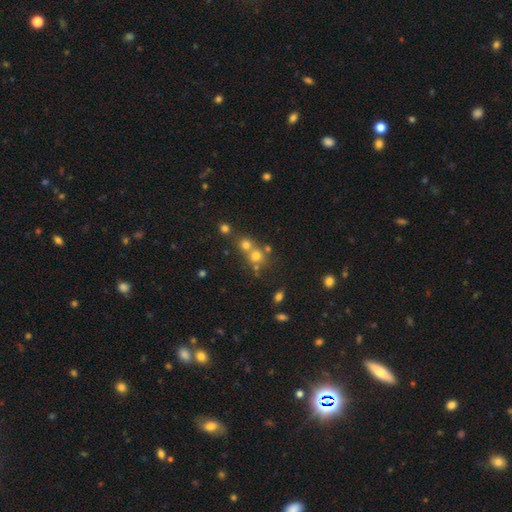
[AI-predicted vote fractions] Q: Smooth or featured?
A: smooth (49%); runner-up: star or artifact (35%)
Q: Merging?
A: none (46%); runner-up: merger (44%)